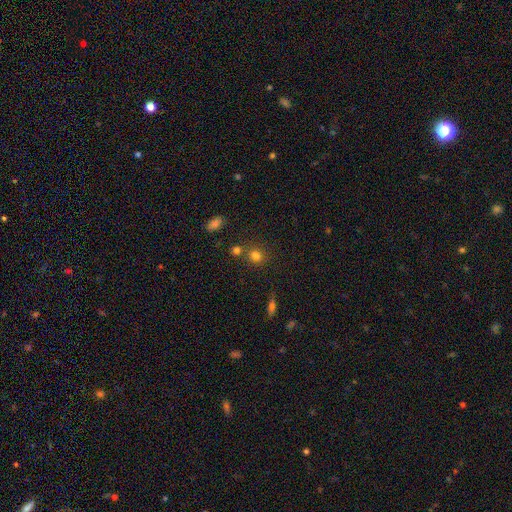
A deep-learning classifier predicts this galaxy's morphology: smooth 78%, star or artifact 15%, featured or disk 7%. Down the decision tree: how rounded — round (80%); merging — none (69%).